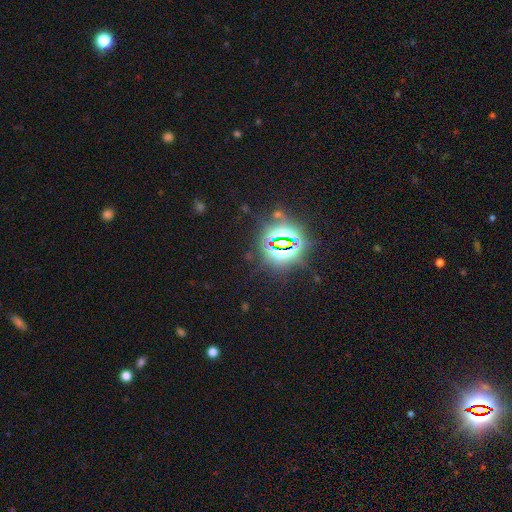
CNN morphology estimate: smooth_or_featured: star or artifact (p=0.81) [alt: smooth p=0.12]